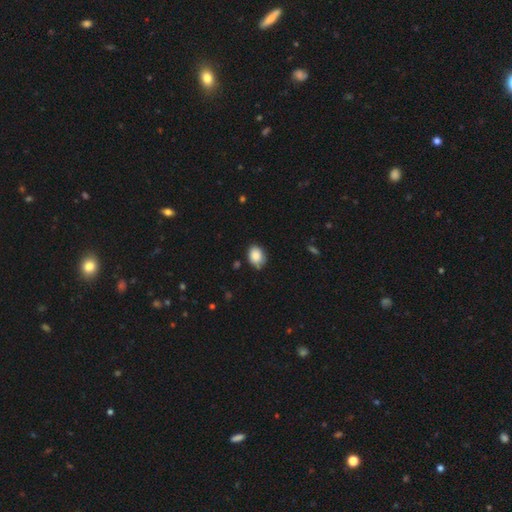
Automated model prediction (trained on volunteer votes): Q: Smooth or featured?
A: smooth (85%); runner-up: featured or disk (7%)
Q: How rounded?
A: in between (74%); runner-up: round (25%)
Q: Merging?
A: none (71%); runner-up: minor disturbance (23%)